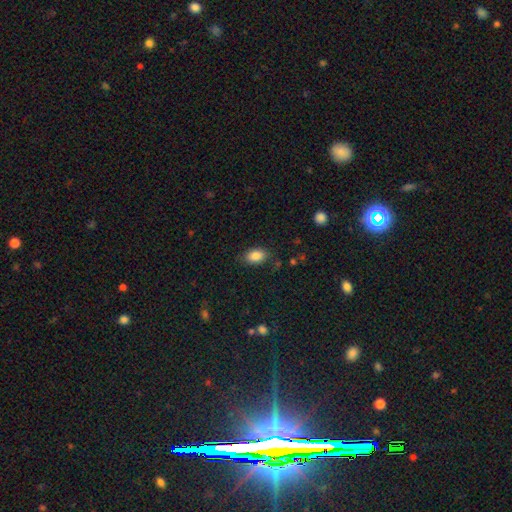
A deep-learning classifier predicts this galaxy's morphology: smooth_or_featured: smooth (p=0.86) [alt: star or artifact p=0.08]
how_rounded: in between (p=0.89) [alt: round p=0.09]
merging: none (p=0.80) [alt: minor disturbance p=0.14]